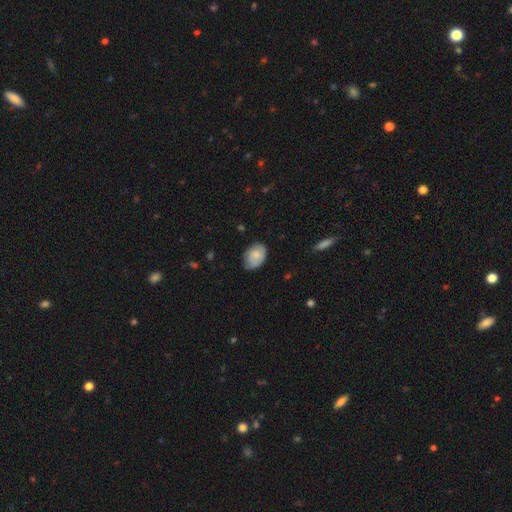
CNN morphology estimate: Q: Smooth or featured?
A: smooth (72%); runner-up: featured or disk (21%)
Q: How rounded?
A: in between (76%); runner-up: round (23%)
Q: Merging?
A: none (69%); runner-up: minor disturbance (26%)